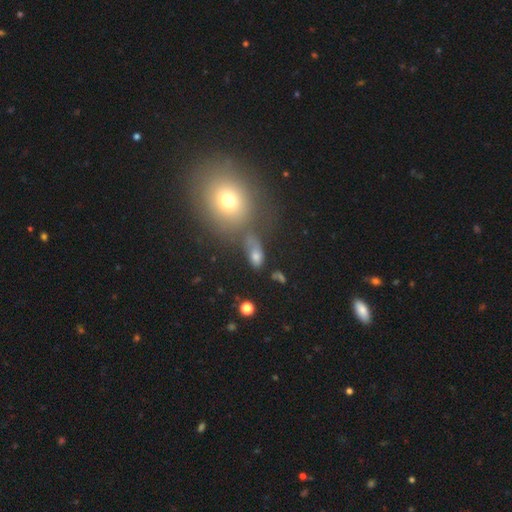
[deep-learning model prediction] This appears to be a smooth galaxy with no disk features (62%) that is in between round and cigar-shaped (71%). Merging: none (48%).